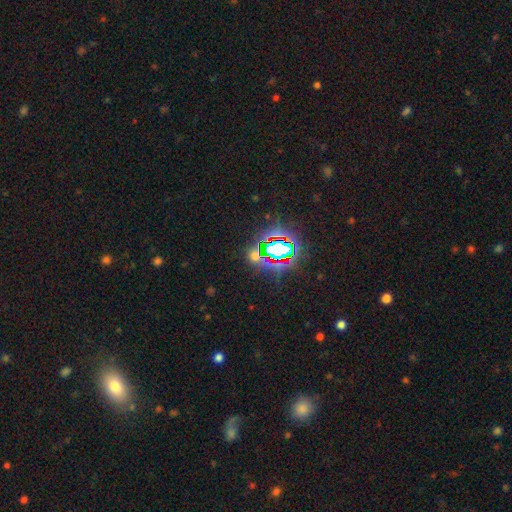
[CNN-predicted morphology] Smooth or featured: star or artifact — 69% (smooth — 21%)